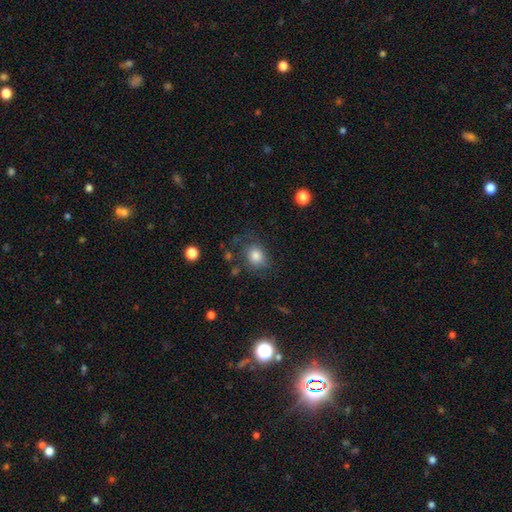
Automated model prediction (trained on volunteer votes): The model was most divided on "how rounded": round: 56%, in between: 43%, cigar-shaped: 1%. More confident: smooth or featured — smooth (75%); merging — none (60%).